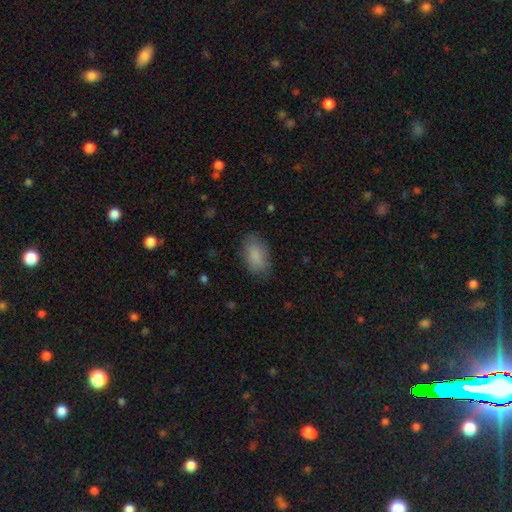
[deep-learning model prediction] Q: Smooth or featured?
A: smooth (87%); runner-up: star or artifact (7%)
Q: How rounded?
A: in between (92%); runner-up: round (5%)
Q: Merging?
A: none (80%); runner-up: minor disturbance (15%)